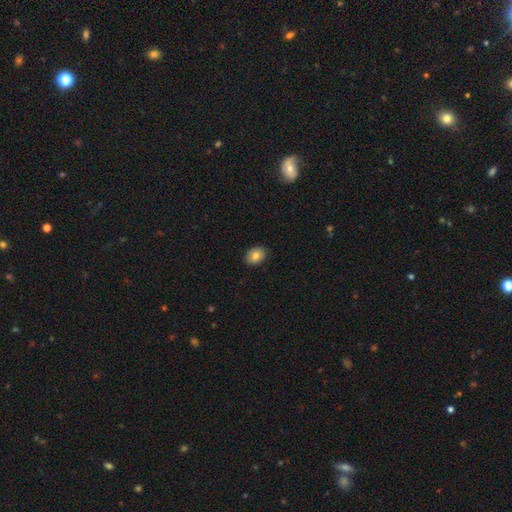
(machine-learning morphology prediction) smooth 79%, featured or disk 13%, star or artifact 8%. Down the decision tree: how rounded — in between (73%); merging — none (89%).